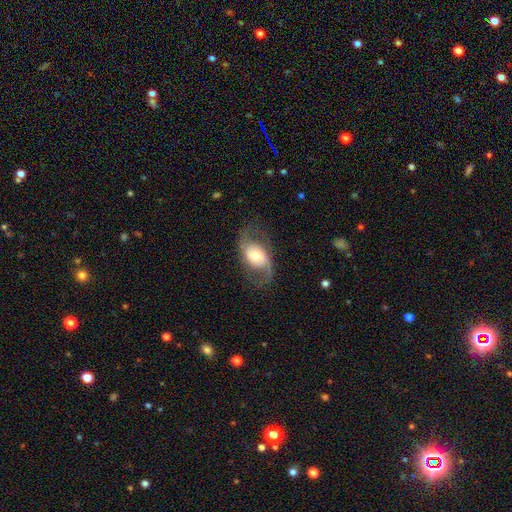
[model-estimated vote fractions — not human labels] Smooth or featured: featured or disk — 74% (smooth — 20%)
Edge-on disk: no — 96% (yes — 4%)
Bar: no — 55% (weak — 31%)
Spiral arms: yes — 89% (no — 11%)
Spiral winding: loose — 54% (medium — 37%)
Spiral arm count: 2 — 91% (can't tell — 4%)
Bulge size: moderate — 57% (small — 20%)
Merging: none — 72% (minor disturbance — 15%)